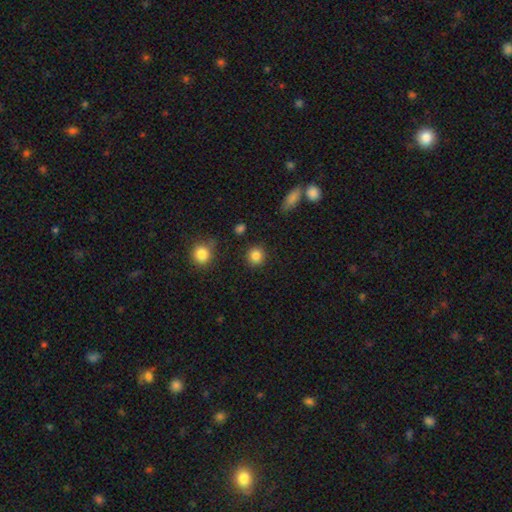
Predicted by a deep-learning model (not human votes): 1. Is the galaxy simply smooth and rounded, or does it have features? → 85% smooth, 10% star or artifact, 4% featured or disk.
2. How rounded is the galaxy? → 90% round, 9% in between, 1% cigar-shaped.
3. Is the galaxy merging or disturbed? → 89% none, 7% minor disturbance, 3% major disturbance, 2% merger.